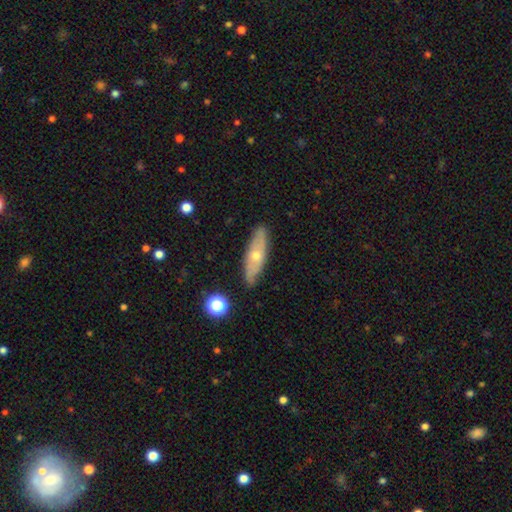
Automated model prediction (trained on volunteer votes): The model was most divided on "smooth or featured": featured or disk: 50%, smooth: 43%, star or artifact: 7%. More confident: merging — none (83%).